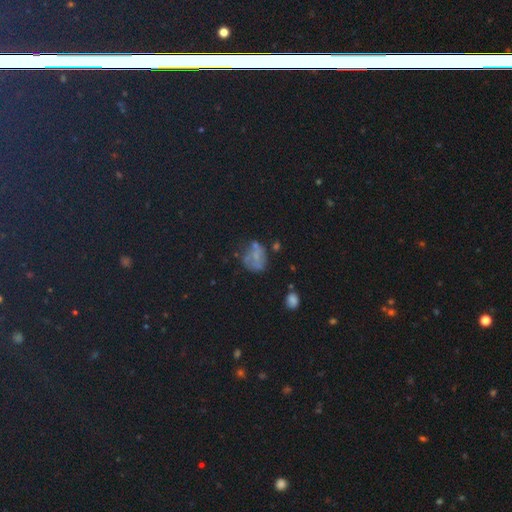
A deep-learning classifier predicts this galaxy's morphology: smooth_or_featured: smooth (p=0.41) [alt: featured or disk p=0.31]
merging: none (p=0.44) [alt: minor disturbance p=0.24]